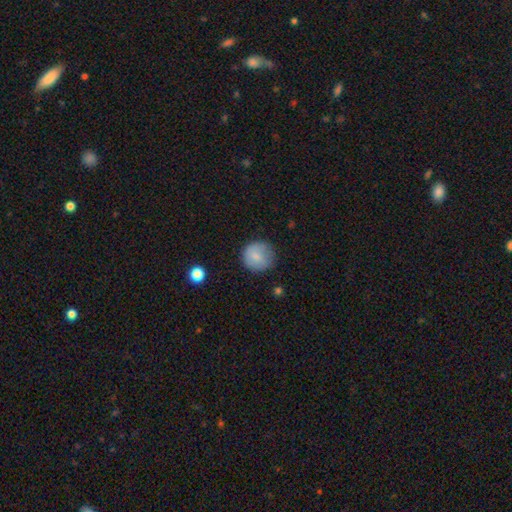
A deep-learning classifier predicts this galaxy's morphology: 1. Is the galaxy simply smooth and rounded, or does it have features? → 81% smooth, 11% featured or disk, 8% star or artifact.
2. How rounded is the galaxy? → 91% round, 8% in between, 1% cigar-shaped.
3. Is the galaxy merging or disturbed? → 75% none, 19% minor disturbance, 5% major disturbance, 1% merger.